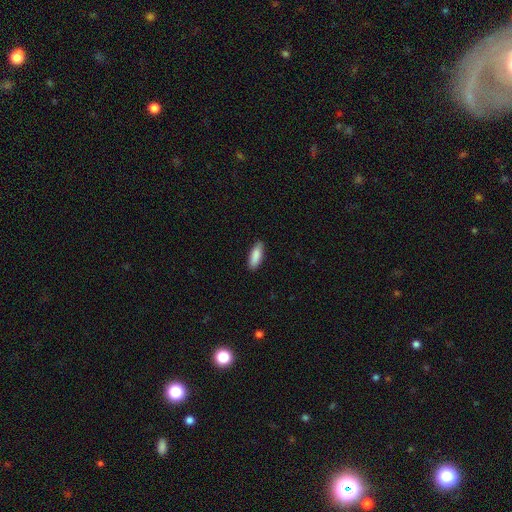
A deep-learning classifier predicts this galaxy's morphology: type=smooth (88%); roundness=in between (62%); merging=none (88%).